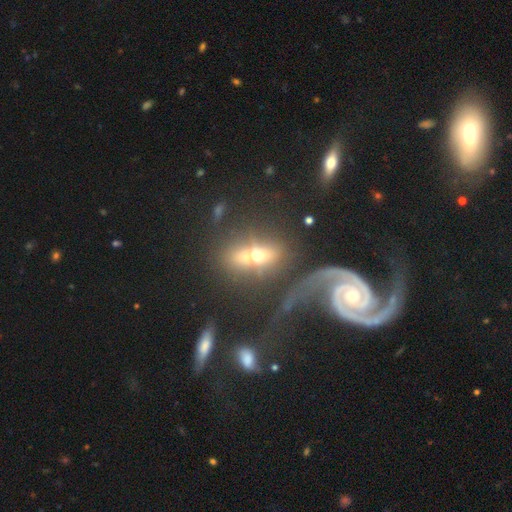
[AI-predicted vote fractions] Q: Smooth or featured?
A: featured or disk (54%); runner-up: smooth (34%)
Q: Edge-on disk?
A: no (73%); runner-up: yes (27%)
Q: Merging?
A: none (47%); runner-up: merger (21%)